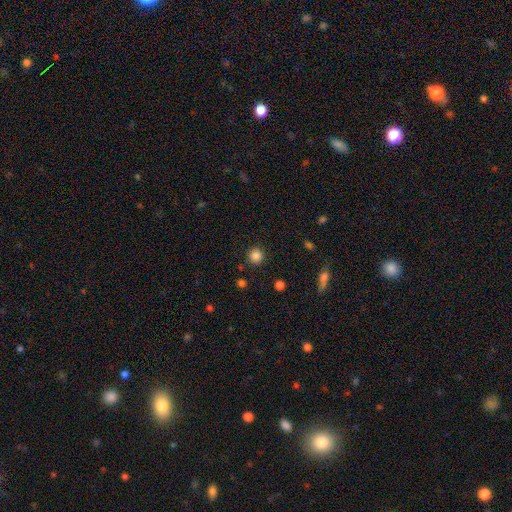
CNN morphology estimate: Overall: smooth (84%). How rounded: round (94%). Merging: none (90%).